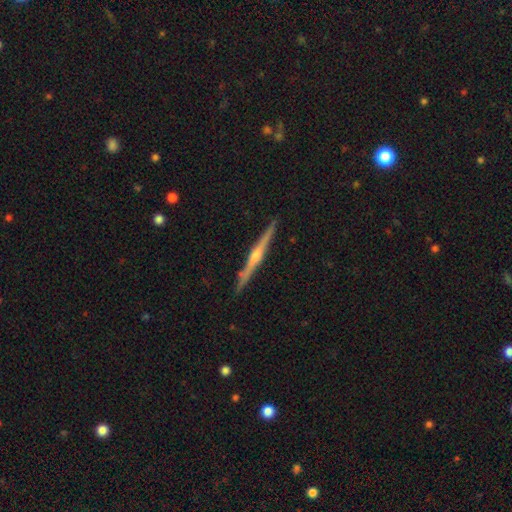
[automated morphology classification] smooth-or-featured: featured or disk: 81% | smooth: 14% | star or artifact: 5%
  disk-edge-on: yes: 98% | no: 2%
    edge-on-bulge: rounded: 84% | none: 10% | boxy: 6%
  merging: none: 91% | minor disturbance: 6% | major disturbance: 1% | merger: 1%